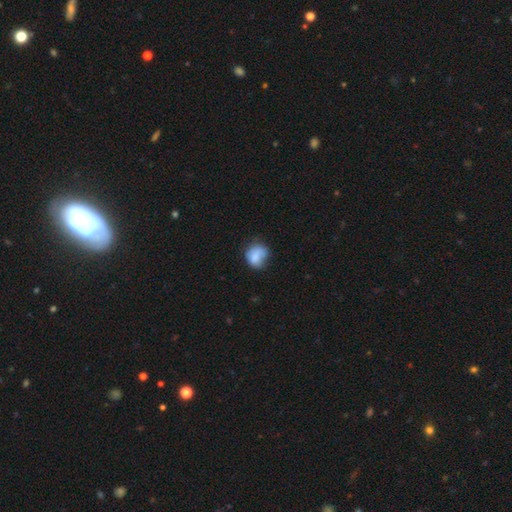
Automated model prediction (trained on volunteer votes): smooth_or_featured: smooth (p=0.78) [alt: featured or disk p=0.13]
how_rounded: round (p=0.62) [alt: in between p=0.37]
merging: none (p=0.48) [alt: minor disturbance p=0.34]